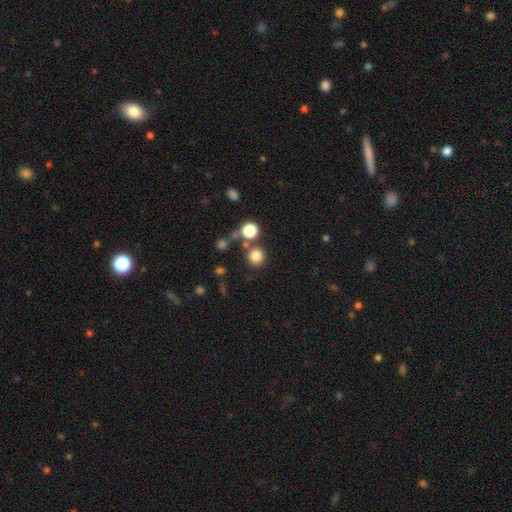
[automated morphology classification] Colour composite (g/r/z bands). It shows a smooth galaxy with no disk features (81%) that is round (92%). Merging: none (76%).